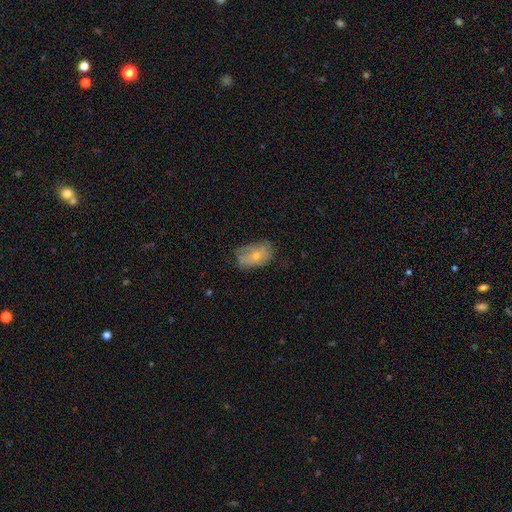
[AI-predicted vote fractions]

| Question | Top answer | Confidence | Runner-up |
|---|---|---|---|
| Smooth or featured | smooth | 57% | featured or disk (35%) |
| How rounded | in between | 87% | round (12%) |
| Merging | none | 48% | minor disturbance (34%) |